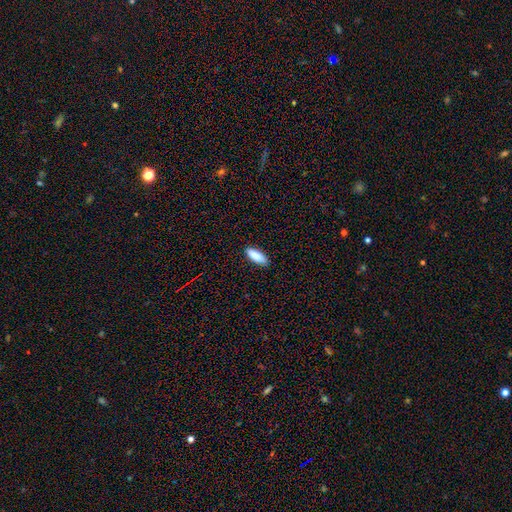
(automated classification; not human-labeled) Morphology: type=smooth (87%); roundness=in between (63%); merging=none (88%).